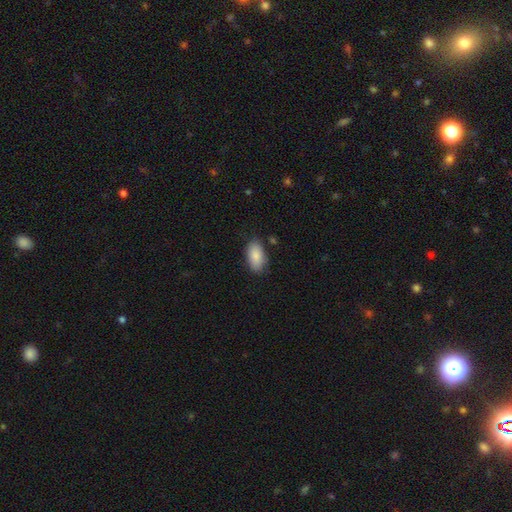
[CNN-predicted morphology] Smooth or featured: smooth — 88% (star or artifact — 6%)
How rounded: in between — 94% (cigar-shaped — 3%)
Merging: none — 82% (minor disturbance — 14%)